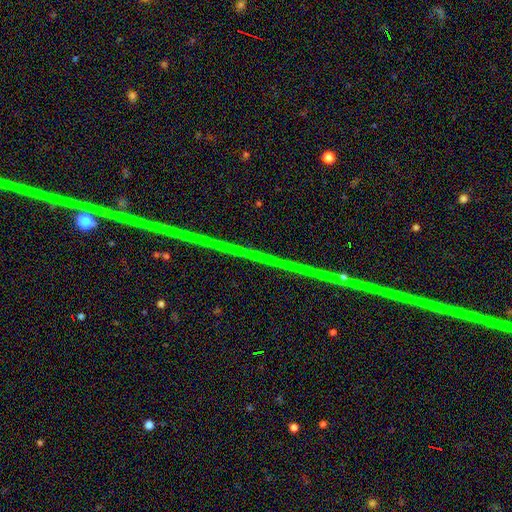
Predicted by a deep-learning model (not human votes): A star or artifact, not a galaxy (80%).

Vote fractions:
- Smooth or featured? star or artifact: 80% / featured or disk: 13% / smooth: 7%